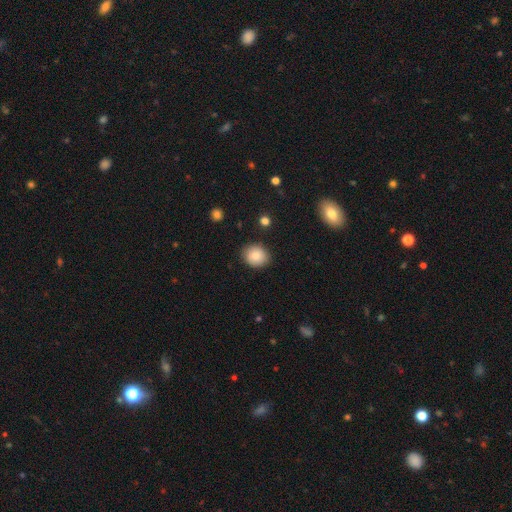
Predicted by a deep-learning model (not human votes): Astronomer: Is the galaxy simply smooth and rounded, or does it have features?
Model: smooth — 84%.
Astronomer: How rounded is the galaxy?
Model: round — 67%.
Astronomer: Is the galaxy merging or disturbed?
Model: none — 86%.